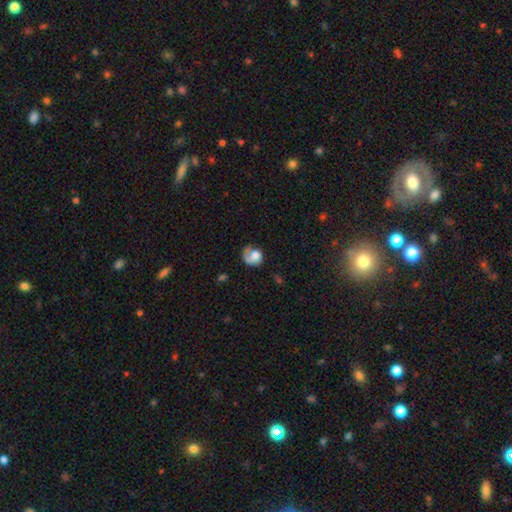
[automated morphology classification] This appears to be a smooth galaxy with no disk features (53%) that is round (63%). Merging: none (38%).